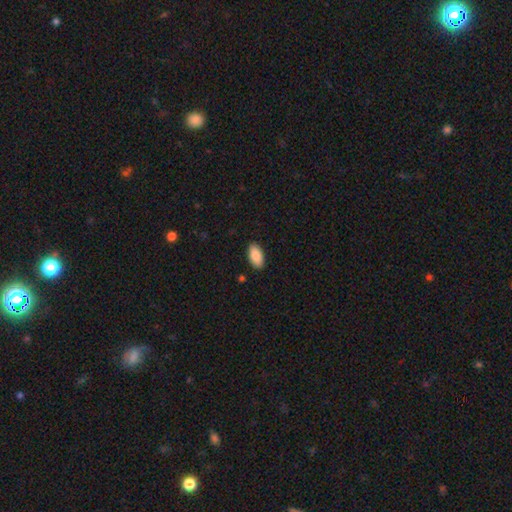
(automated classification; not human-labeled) A smooth galaxy with no disk features (89%) that is in between round and cigar-shaped (95%).

Vote fractions:
- Smooth or featured? smooth: 89% / star or artifact: 6% / featured or disk: 5%
- How rounded? in between: 95% / cigar-shaped: 3% / round: 2%
- Merging? none: 90% / minor disturbance: 8% / major disturbance: 2% / merger: 1%